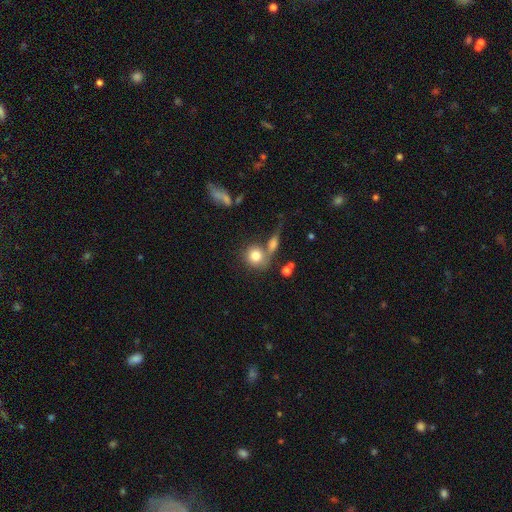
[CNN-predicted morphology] This appears to be a smooth galaxy with no disk features (80%) that is round (81%). Merging: none (49%).